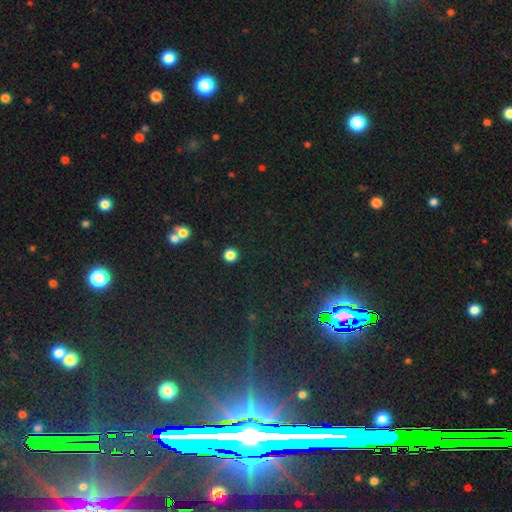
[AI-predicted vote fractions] This is likely a star or artifact rather than a galaxy (78%).